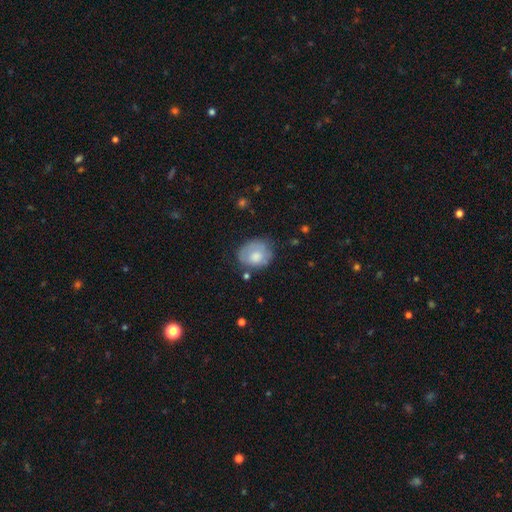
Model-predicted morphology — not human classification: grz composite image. It shows a smooth galaxy with no disk features (66%) that is round (53%). Merging: none (59%).